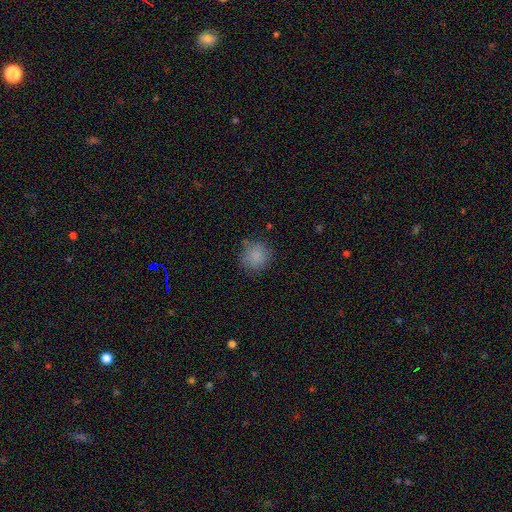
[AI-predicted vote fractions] Smooth or featured? Predicted: smooth (p=0.84). How rounded? Predicted: round (p=0.87). Merging? Predicted: none (p=0.79).